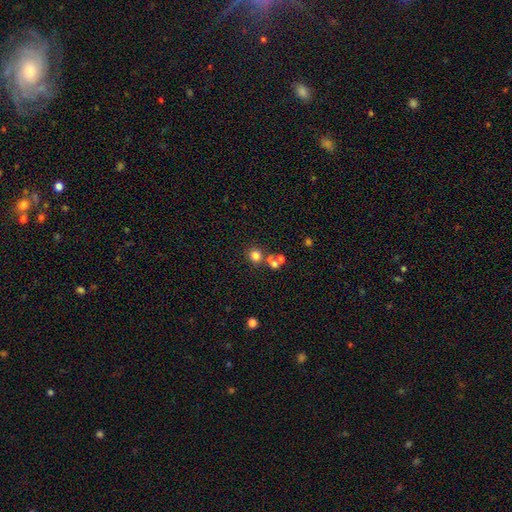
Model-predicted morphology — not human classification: Overall: smooth (75%). How rounded: round (89%). Merging: none (65%).